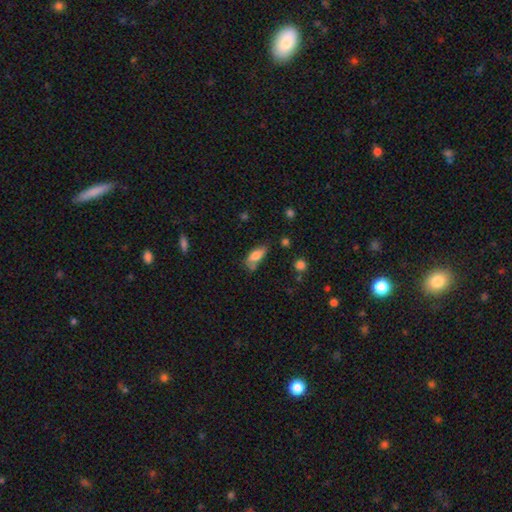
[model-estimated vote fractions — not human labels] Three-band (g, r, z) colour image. It shows a smooth galaxy with no disk features (78%) that is in between round and cigar-shaped (82%). Merging: none (49%).